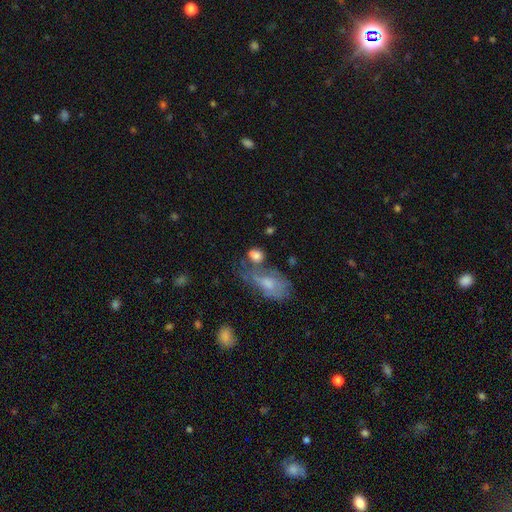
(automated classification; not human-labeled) A smooth galaxy with no disk features (71%) that is in between round and cigar-shaped (50%).

Vote fractions:
- Smooth or featured? smooth: 71% / featured or disk: 19% / star or artifact: 10%
- How rounded? in between: 50% / round: 47% / cigar-shaped: 3%
- Merging? none: 40% / merger: 27% / minor disturbance: 19% / major disturbance: 14%